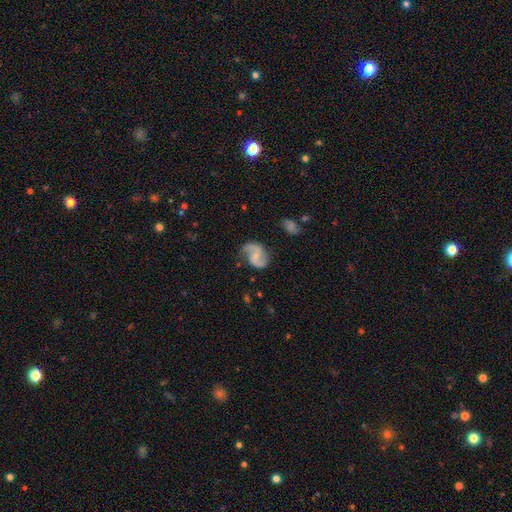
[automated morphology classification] smooth_or_featured: featured or disk (p=0.84) [alt: smooth p=0.11]
disk_edge_on: no (p=0.98) [alt: yes p=0.02]
bar: no (p=0.44) [alt: weak p=0.43]
has_spiral_arms: yes (p=0.96) [alt: no p=0.04]
spiral_winding: loose (p=0.50) [alt: medium p=0.40]
spiral_arm_count: 2 (p=0.92) [alt: can't tell p=0.03]
bulge_size: small (p=0.53) [alt: none p=0.22]
merging: none (p=0.73) [alt: minor disturbance p=0.18]